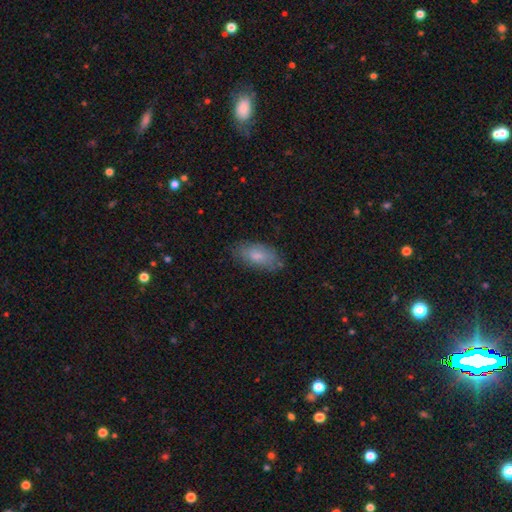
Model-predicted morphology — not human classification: This appears to be a smooth galaxy with no disk features (71%) that is in between round and cigar-shaped (86%). Merging: none (81%).